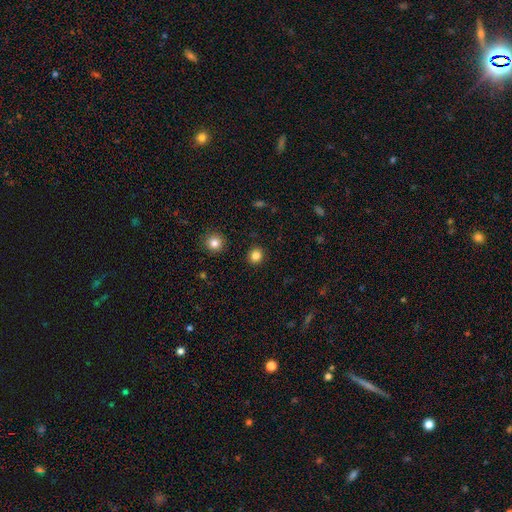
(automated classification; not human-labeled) smooth_or_featured: smooth (p=0.83) [alt: star or artifact p=0.12]
how_rounded: round (p=0.90) [alt: in between p=0.09]
merging: none (p=0.92) [alt: minor disturbance p=0.05]